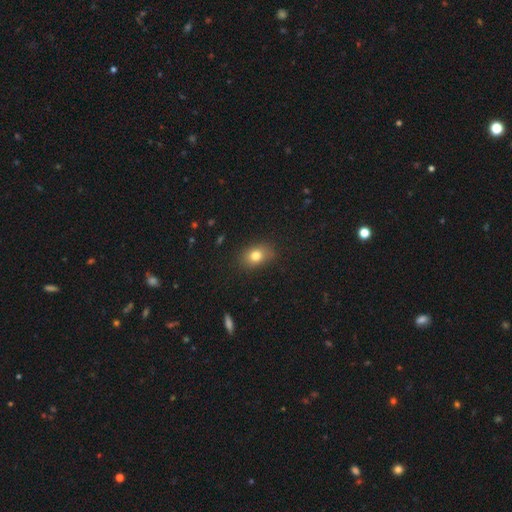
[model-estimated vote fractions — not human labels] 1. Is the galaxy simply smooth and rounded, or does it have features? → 79% smooth, 11% star or artifact, 10% featured or disk.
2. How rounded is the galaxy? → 67% in between, 31% round, 2% cigar-shaped.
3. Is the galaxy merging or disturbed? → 81% none, 14% minor disturbance, 3% major disturbance, 1% merger.